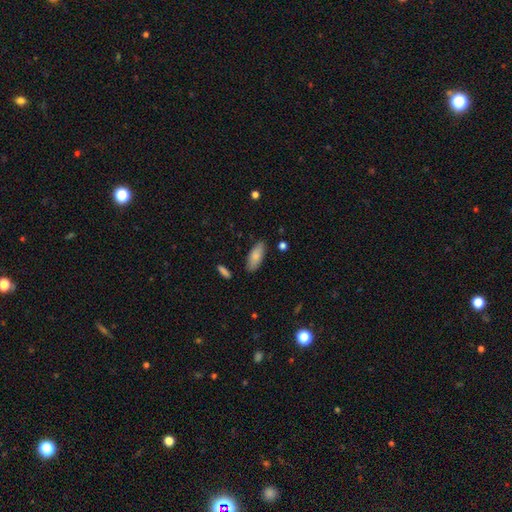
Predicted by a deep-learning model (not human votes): Smooth or featured?
  - smooth: 82% *
  - featured or disk: 12%
  - star or artifact: 6%
How rounded?
  - in between: 80% *
  - cigar-shaped: 18%
  - round: 2%
Merging?
  - none: 82% *
  - minor disturbance: 13%
  - major disturbance: 2%
  - merger: 2%